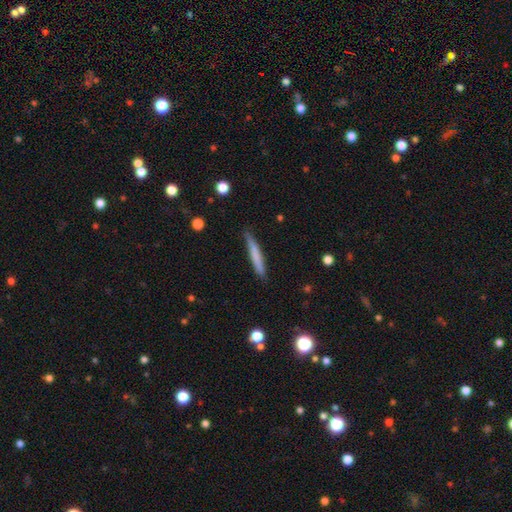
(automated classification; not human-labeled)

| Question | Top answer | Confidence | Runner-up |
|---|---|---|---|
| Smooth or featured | smooth | 71% | featured or disk (23%) |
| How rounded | cigar-shaped | 95% | in between (4%) |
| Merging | none | 85% | minor disturbance (11%) |